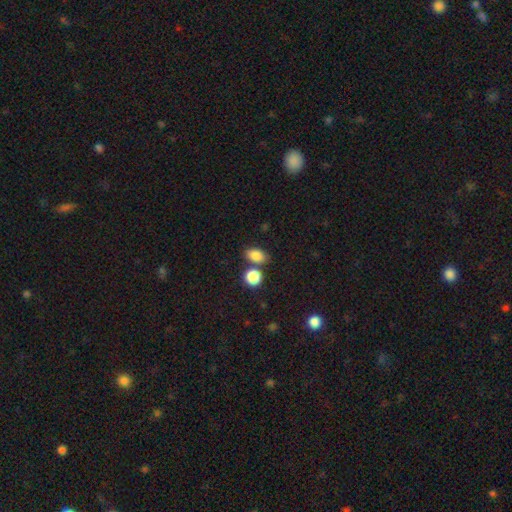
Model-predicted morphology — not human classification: This appears to be a smooth galaxy with no disk features (85%) that is in between round and cigar-shaped (78%). Merging: none (65%).